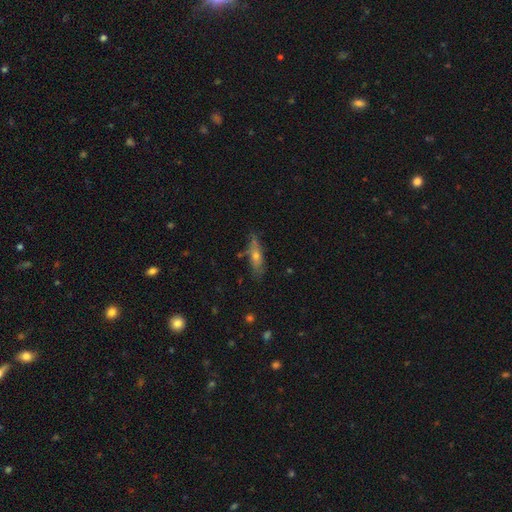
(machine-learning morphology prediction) Smooth or featured? Predicted: smooth (p=0.45, tied with featured or disk). Merging? Predicted: none (p=0.74).